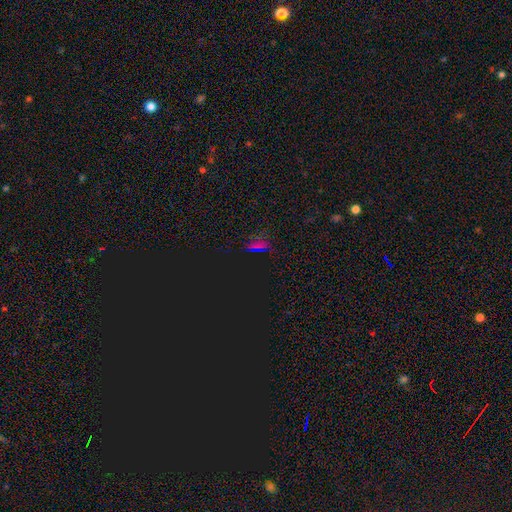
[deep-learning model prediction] A star or artifact, not a galaxy (66%).